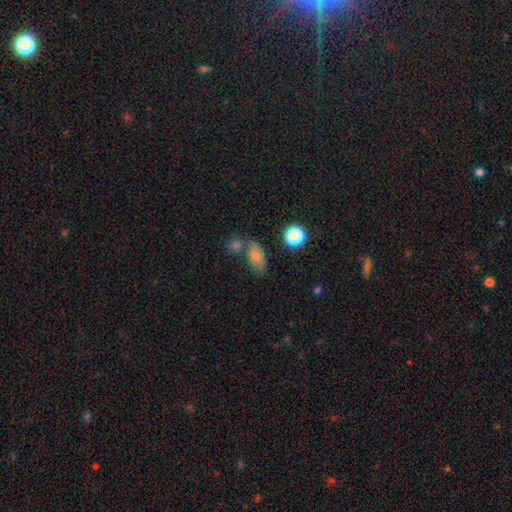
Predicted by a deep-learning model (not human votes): Smooth or featured: smooth — 71% (featured or disk — 16%)
How rounded: in between — 83% (round — 12%)
Merging: none — 54% (merger — 25%)